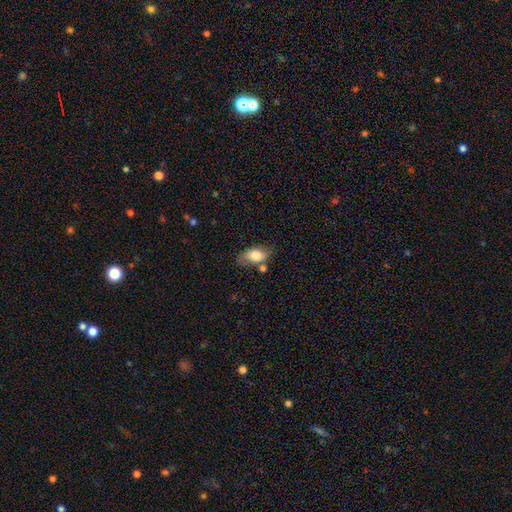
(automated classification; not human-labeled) A smooth galaxy with no disk features (75%) that is in between round and cigar-shaped (90%).

Vote fractions:
- Smooth or featured? smooth: 75% / featured or disk: 18% / star or artifact: 7%
- How rounded? in between: 90% / round: 7% / cigar-shaped: 3%
- Merging? none: 56% / minor disturbance: 24% / merger: 12% / major disturbance: 8%